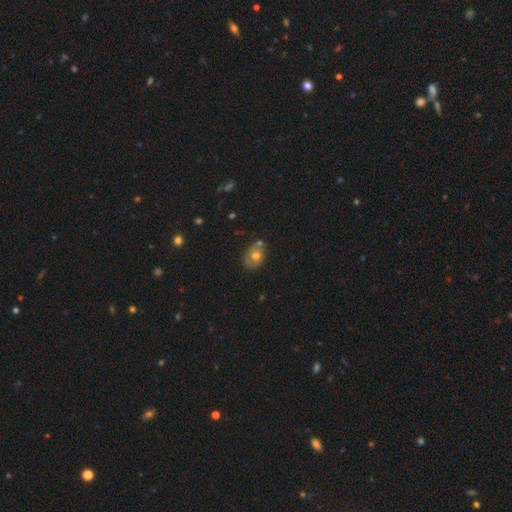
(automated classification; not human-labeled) Smooth or featured?
  - smooth: 61% *
  - featured or disk: 29%
  - star or artifact: 9%
How rounded?
  - in between: 62% *
  - round: 37%
  - cigar-shaped: 1%
Merging?
  - none: 56% *
  - minor disturbance: 24%
  - merger: 14%
  - major disturbance: 7%